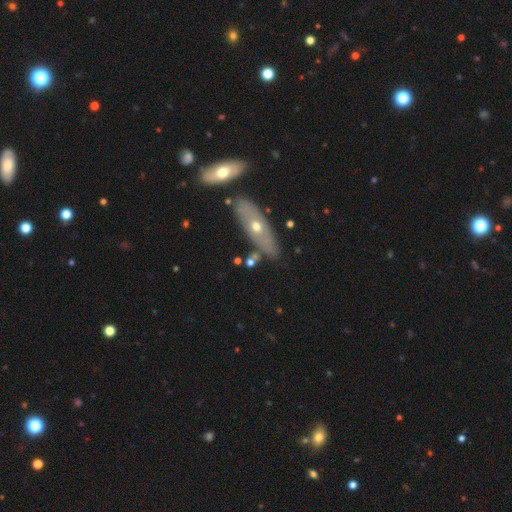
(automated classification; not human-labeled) This appears to be a featured or disk galaxy (59%). Merging: none (63%).